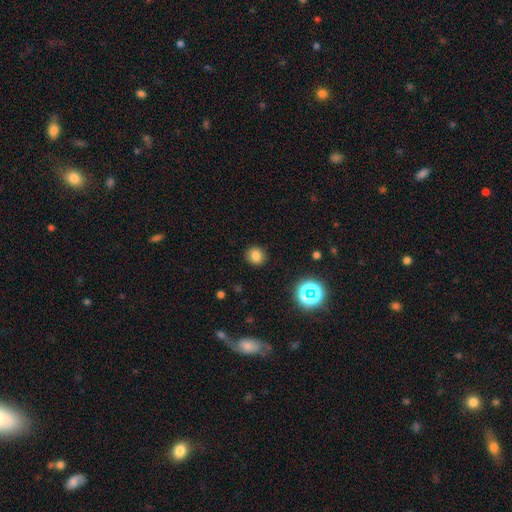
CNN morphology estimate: The model was most divided on "smooth or featured": smooth: 79%, star or artifact: 15%, featured or disk: 6%. More confident: merging — none (91%); how rounded — round (87%).